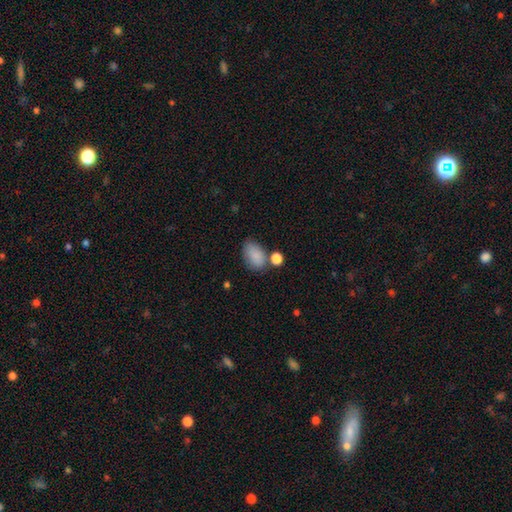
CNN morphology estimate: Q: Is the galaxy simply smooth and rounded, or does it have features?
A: smooth — 86%.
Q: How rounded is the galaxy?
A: in between — 89%.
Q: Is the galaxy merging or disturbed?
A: none — 63%.